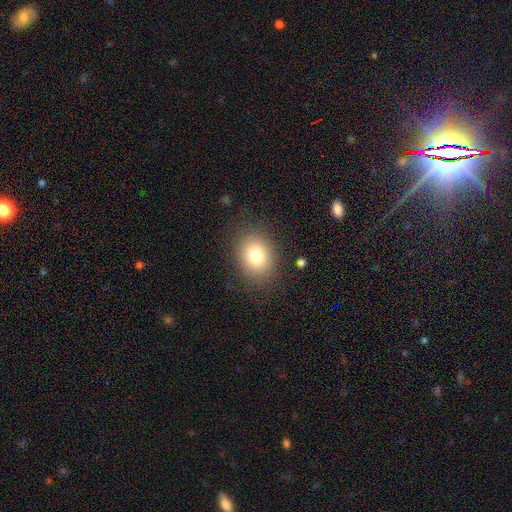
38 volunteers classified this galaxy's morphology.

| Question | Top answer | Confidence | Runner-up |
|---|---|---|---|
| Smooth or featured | smooth | 89% | featured or disk (5%) |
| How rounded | in between | 53% | round (47%) |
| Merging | none | 83% | minor disturbance (11%) |